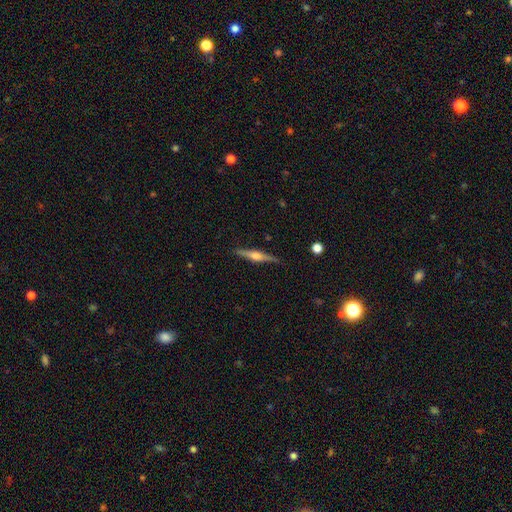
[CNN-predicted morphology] The model was most divided on "smooth or featured": featured or disk: 78%, smooth: 17%, star or artifact: 6%. More confident: edge-on disk — yes (98%); merging — none (90%); edge-on bulge — rounded (88%).